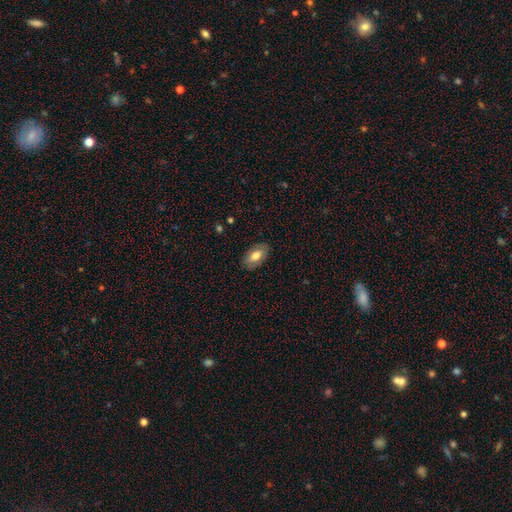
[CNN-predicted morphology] smooth 73%, featured or disk 21%, star or artifact 6%. Down the decision tree: how rounded — in between (93%); merging — none (86%).